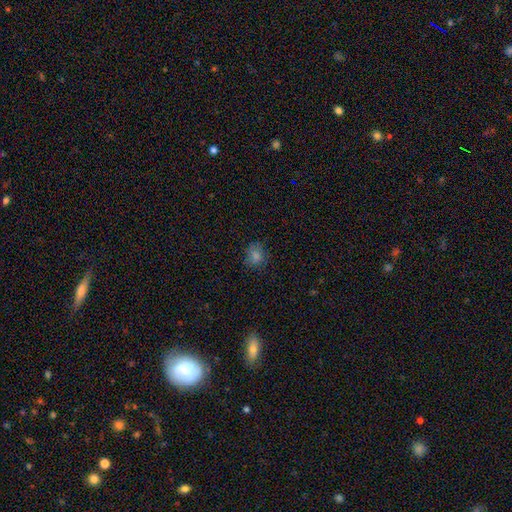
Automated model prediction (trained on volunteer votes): smooth_or_featured: smooth (p=0.67) [alt: star or artifact p=0.21]
how_rounded: round (p=0.68) [alt: in between p=0.30]
merging: none (p=0.78) [alt: minor disturbance p=0.16]